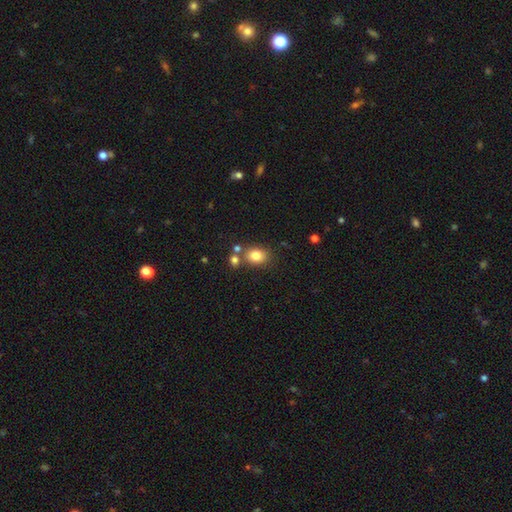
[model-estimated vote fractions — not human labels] The model was most divided on "how rounded": in between: 56%, round: 43%, cigar-shaped: 1%. More confident: smooth or featured — smooth (82%); merging — none (68%).